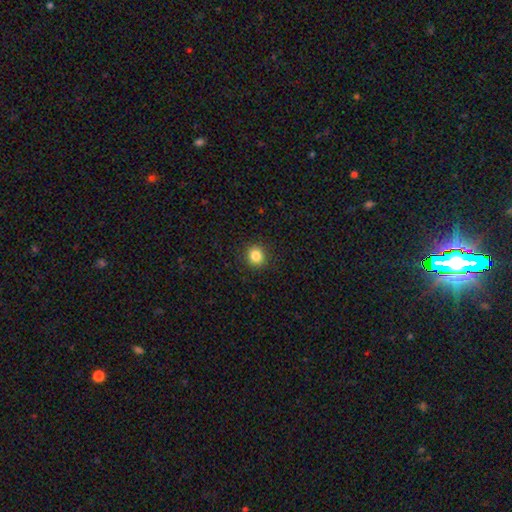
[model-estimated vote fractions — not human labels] Smooth or featured: smooth — 85% (star or artifact — 11%)
How rounded: round — 87% (in between — 12%)
Merging: none — 91% (minor disturbance — 6%)